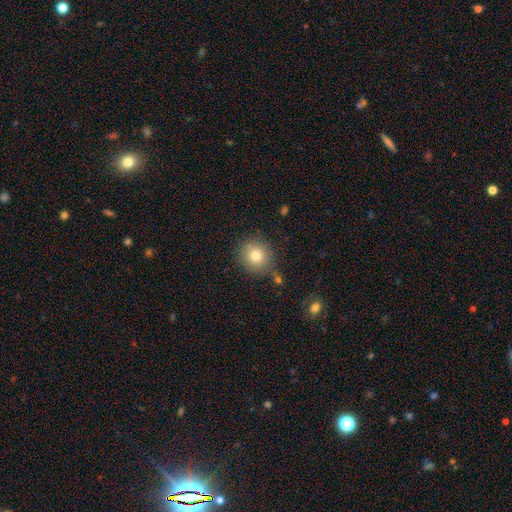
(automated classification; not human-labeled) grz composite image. It shows a smooth galaxy with no disk features (78%) that is round (89%). Merging: none (79%).